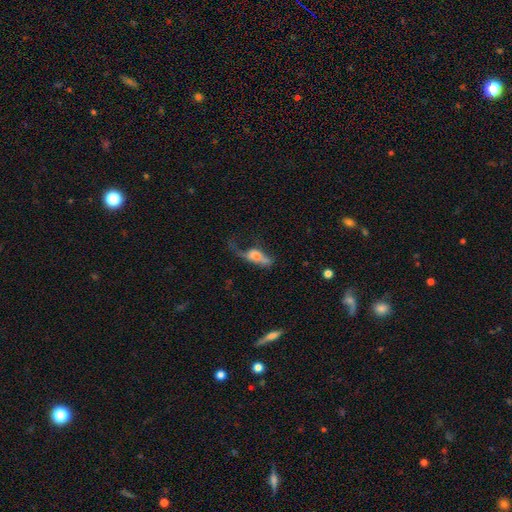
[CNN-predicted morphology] type=smooth (54%); roundness=in between (72%); merging=major disturbance (52%).